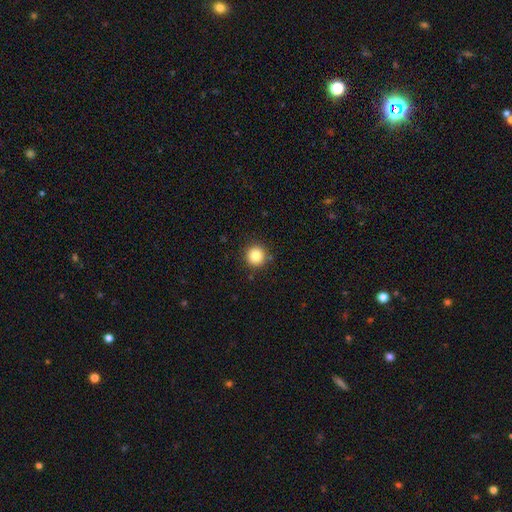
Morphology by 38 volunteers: smooth_or_featured: smooth (p=0.92) [alt: star or artifact p=0.05]
how_rounded: round (p=0.97) [alt: cigar-shaped p=0.03]
merging: none (p=0.94) [alt: minor disturbance p=0.03]